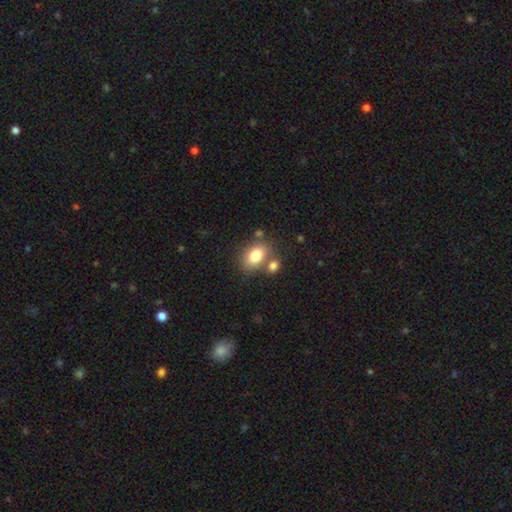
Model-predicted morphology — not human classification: This is clearly a smooth galaxy (81%). How rounded: clearly in between (81%). Merging: possibly none (58%).